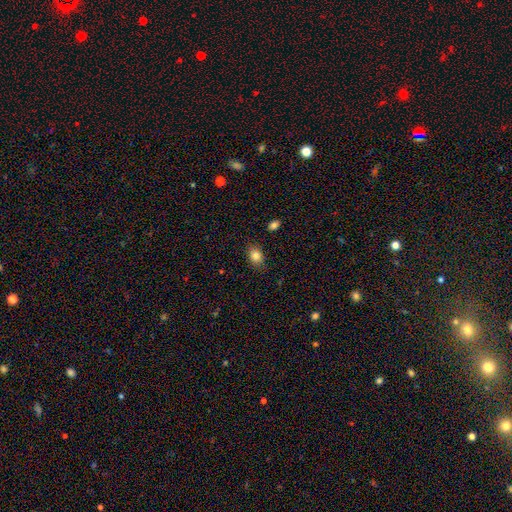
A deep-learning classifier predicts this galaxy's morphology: A smooth galaxy with no disk features (83%) that is in between round and cigar-shaped (70%). Merging: none (82%).